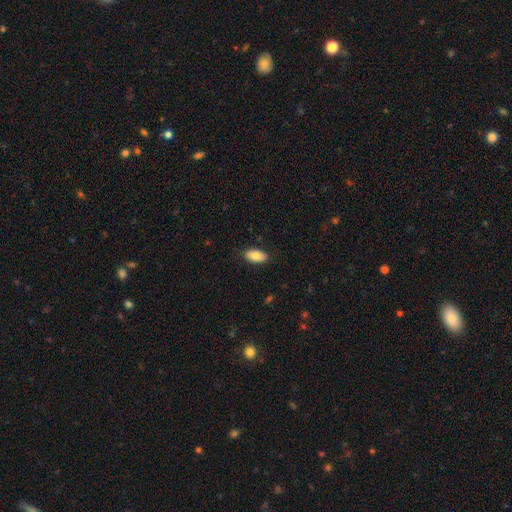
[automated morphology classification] Smooth or featured?
  - smooth: 82% *
  - featured or disk: 11%
  - star or artifact: 7%
How rounded?
  - in between: 93% *
  - cigar-shaped: 4%
  - round: 3%
Merging?
  - none: 87% *
  - minor disturbance: 10%
  - major disturbance: 2%
  - merger: 1%